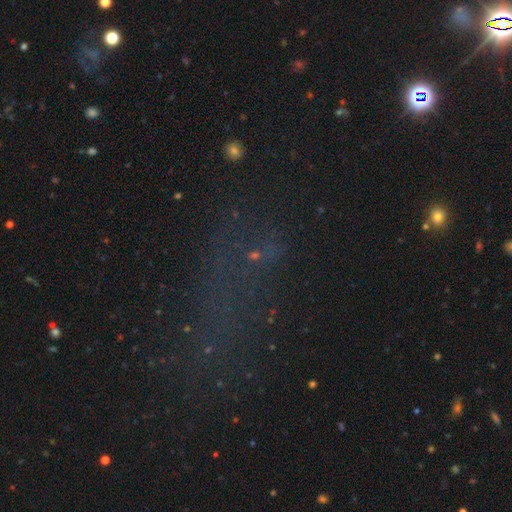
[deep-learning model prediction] Q: Smooth or featured?
A: star or artifact (55%); runner-up: smooth (26%)